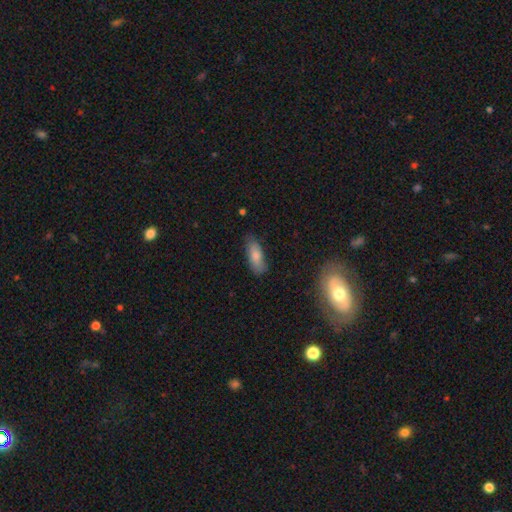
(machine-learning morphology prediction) Overall: smooth (79%). How rounded: in between (73%). Merging: none (76%).